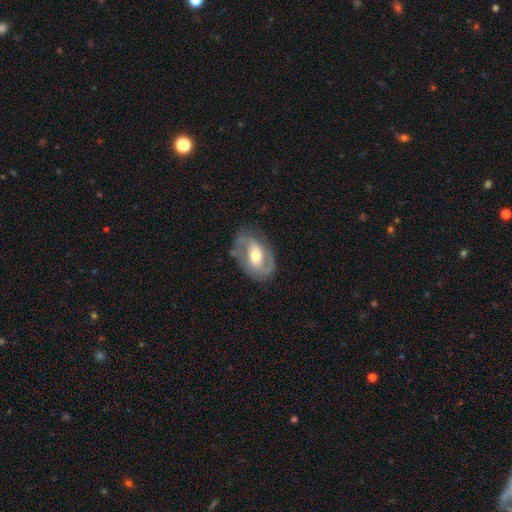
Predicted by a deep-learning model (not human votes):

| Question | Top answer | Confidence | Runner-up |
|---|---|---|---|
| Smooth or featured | featured or disk | 74% | smooth (20%) |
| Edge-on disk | no | 95% | yes (5%) |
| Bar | weak | 40% | no (34%) |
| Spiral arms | yes | 80% | no (20%) |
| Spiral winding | medium | 47% | tight (32%) |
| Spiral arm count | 2 | 81% | can't tell (10%) |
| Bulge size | moderate | 68% | small (19%) |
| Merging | none | 73% | minor disturbance (18%) |